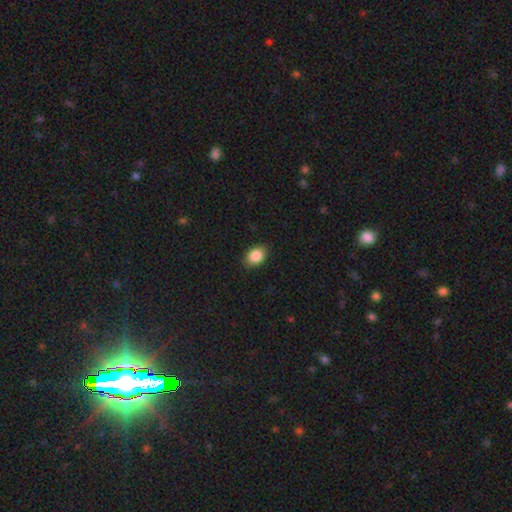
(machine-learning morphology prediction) Smooth or featured? Predicted: smooth (p=0.88). How rounded? Predicted: in between (p=0.76). Merging? Predicted: none (p=0.88).